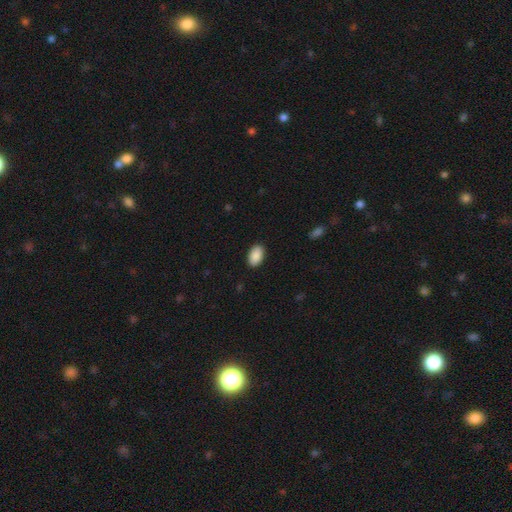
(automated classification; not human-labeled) Smooth or featured: smooth — 91% (star or artifact — 6%)
How rounded: in between — 93% (round — 5%)
Merging: none — 89% (minor disturbance — 8%)